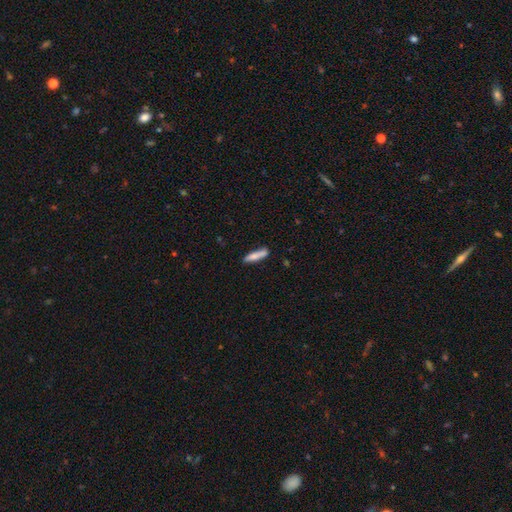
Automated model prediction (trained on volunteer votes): A smooth galaxy with no disk features (79%) that is cigar-shaped (81%).

Vote fractions:
- Smooth or featured? smooth: 79% / featured or disk: 15% / star or artifact: 6%
- How rounded? cigar-shaped: 81% / in between: 17% / round: 2%
- Merging? none: 76% / minor disturbance: 15% / merger: 5% / major disturbance: 3%